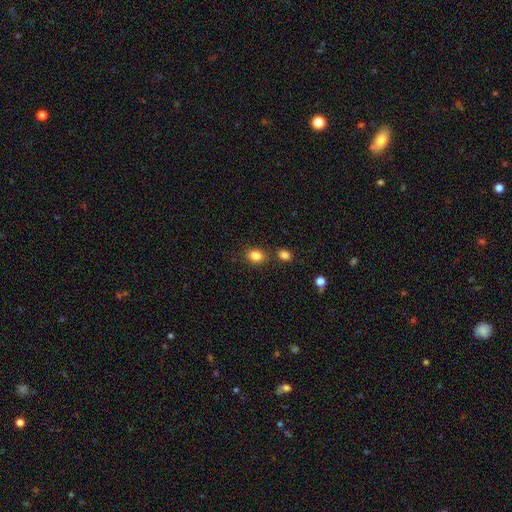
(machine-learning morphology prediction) Smooth or featured? Predicted: smooth (p=0.84). How rounded? Predicted: in between (p=0.54). Merging? Predicted: none (p=0.75).